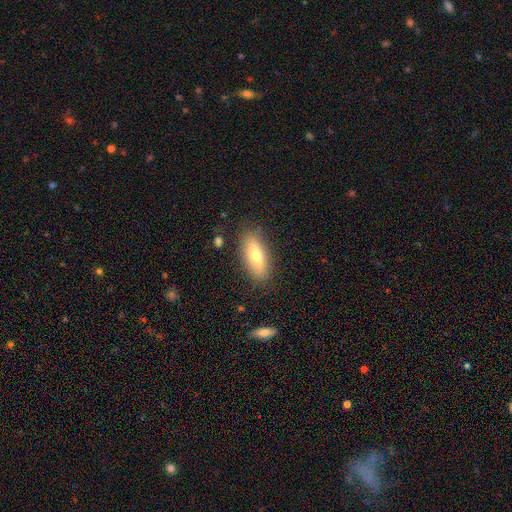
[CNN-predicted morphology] Q: Smooth or featured?
A: smooth (64%); runner-up: featured or disk (29%)
Q: How rounded?
A: in between (72%); runner-up: cigar-shaped (25%)
Q: Merging?
A: none (84%); runner-up: minor disturbance (11%)